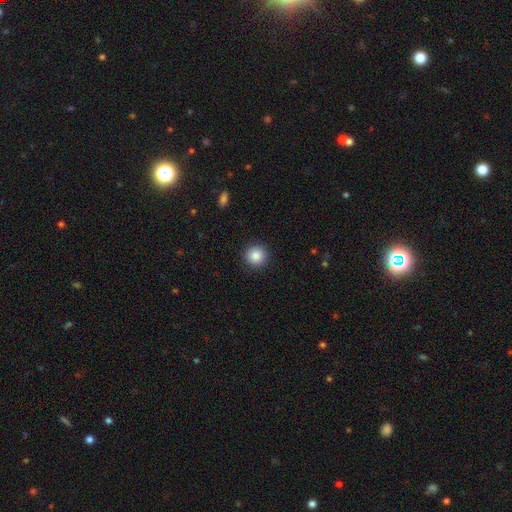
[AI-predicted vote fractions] A smooth galaxy with no disk features (87%) that is round (95%).

Vote fractions:
- Smooth or featured? smooth: 87% / star or artifact: 9% / featured or disk: 4%
- How rounded? round: 95% / in between: 4% / cigar-shaped: 1%
- Merging? none: 92% / minor disturbance: 5% / major disturbance: 2% / merger: 1%